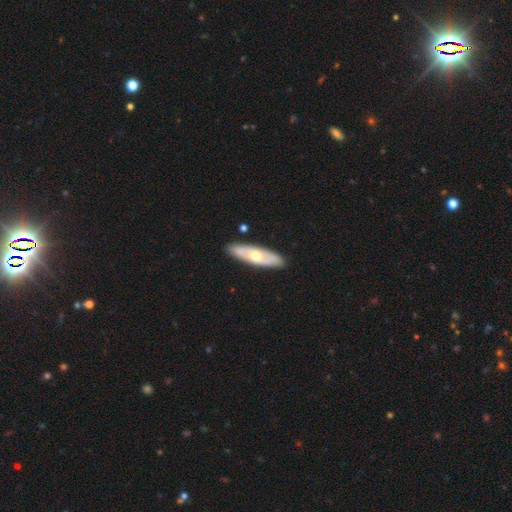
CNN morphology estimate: Smooth or featured: featured or disk — 57% (smooth — 39%)
Edge-on disk: no — 66% (yes — 34%)
Merging: none — 88% (minor disturbance — 9%)